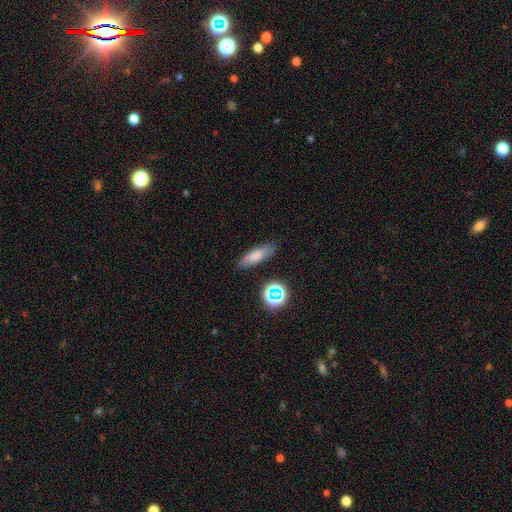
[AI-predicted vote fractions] A smooth galaxy with no disk features (75%) that is in between round and cigar-shaped (51%).

Vote fractions:
- Smooth or featured? smooth: 75% / featured or disk: 13% / star or artifact: 12%
- How rounded? in between: 51% / cigar-shaped: 45% / round: 4%
- Merging? none: 84% / minor disturbance: 11% / major disturbance: 3% / merger: 2%